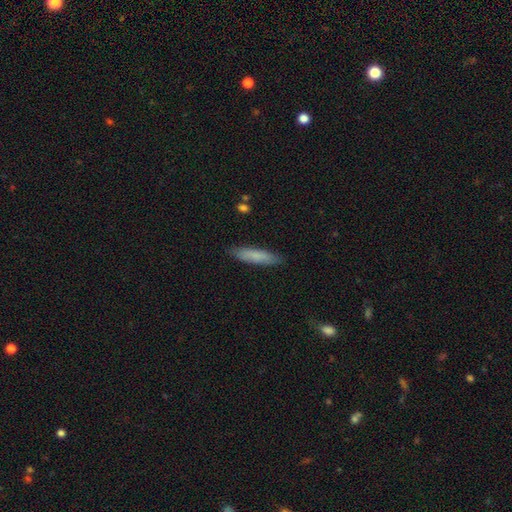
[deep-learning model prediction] Morphology: type=smooth (77%); roundness=cigar-shaped (83%); merging=none (87%).